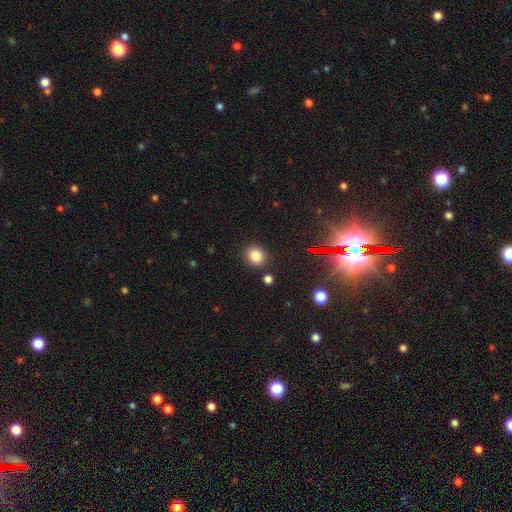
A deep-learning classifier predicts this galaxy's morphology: The model was most divided on "how rounded": round: 72%, in between: 27%, cigar-shaped: 1%. More confident: merging — none (85%); smooth or featured — smooth (81%).